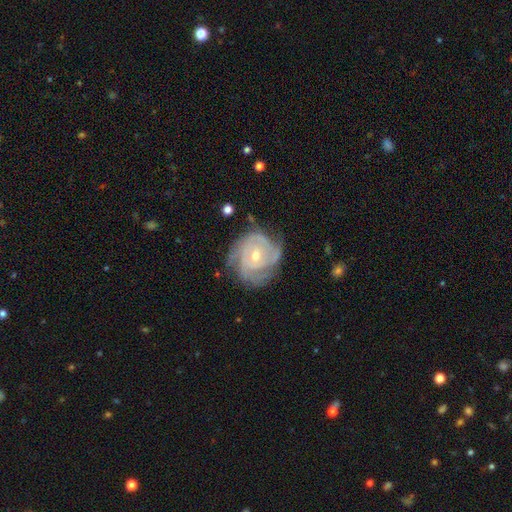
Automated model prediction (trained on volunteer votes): Morphology: type=featured or disk (88%); edge-on=no (98%); bar=no (66%); spiral arms=yes (96%); winding=tight (74%); arm count=3 (34%); bulge=moderate (49%); merging=none (71%).